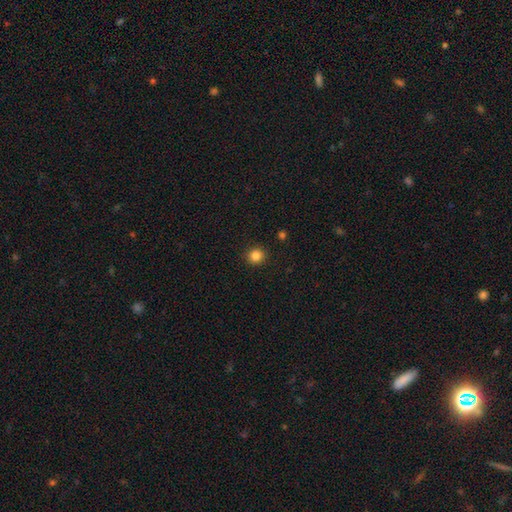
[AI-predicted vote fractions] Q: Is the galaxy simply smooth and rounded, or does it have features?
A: smooth — 84%.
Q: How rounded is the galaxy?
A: round — 91%.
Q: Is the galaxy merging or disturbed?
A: none — 92%.